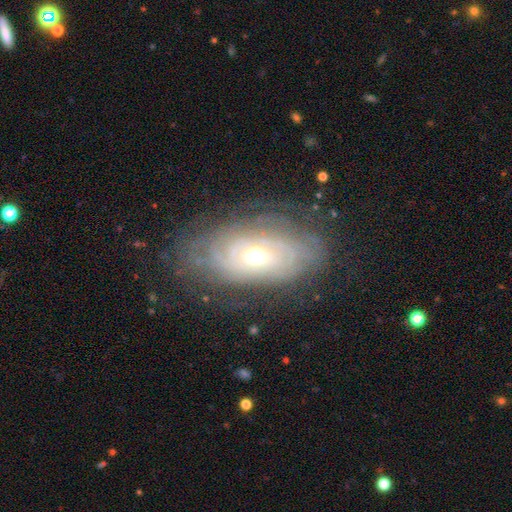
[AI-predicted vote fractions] A featured or disk galaxy (80%) with no bar (76%), tight (79%) spiral arms (86%) and a moderate central bulge (60%).

Vote fractions:
- Smooth or featured? featured or disk: 80% / smooth: 14% / star or artifact: 7%
- Edge-on disk? no: 92% / yes: 8%
- Bar? no: 76% / weak: 19% / strong: 5%
- Spiral arms? yes: 86% / no: 14%
- Spiral winding? tight: 79% / medium: 15% / loose: 5%
- Spiral arm count? can't tell: 57% / 2: 12% / more than 4: 9% / 3: 9% / 4: 8% / 1: 5%
- Bulge size? moderate: 60% / small: 34% / large: 4% / dominant: 1% / none: 1%
- Merging? none: 71% / minor disturbance: 19% / major disturbance: 9% / merger: 1%